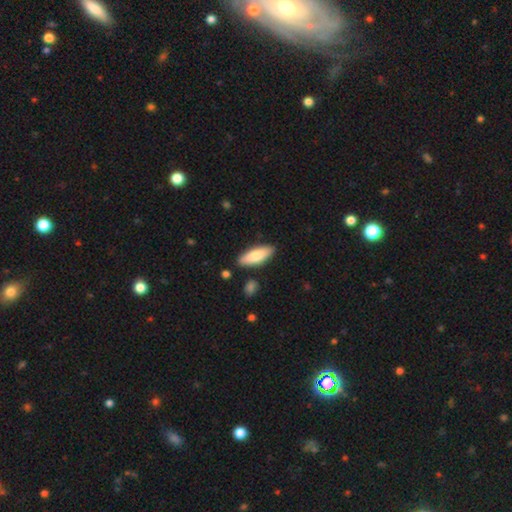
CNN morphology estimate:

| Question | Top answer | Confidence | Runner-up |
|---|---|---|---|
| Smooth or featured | smooth | 80% | featured or disk (15%) |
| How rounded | in between | 62% | cigar-shaped (36%) |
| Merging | none | 86% | minor disturbance (9%) |